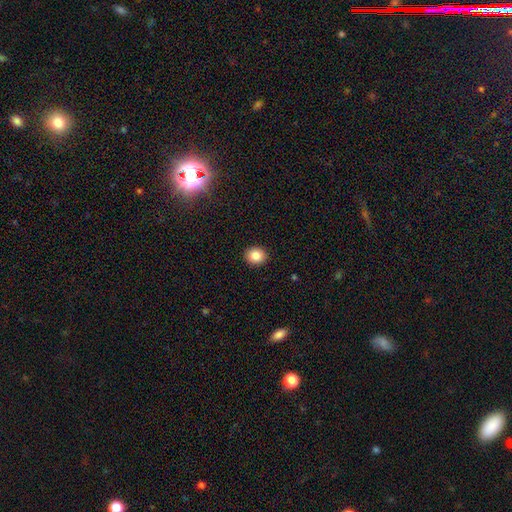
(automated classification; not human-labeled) Overall: smooth (84%). How rounded: round (68%; in between 31%). Merging: none (92%).